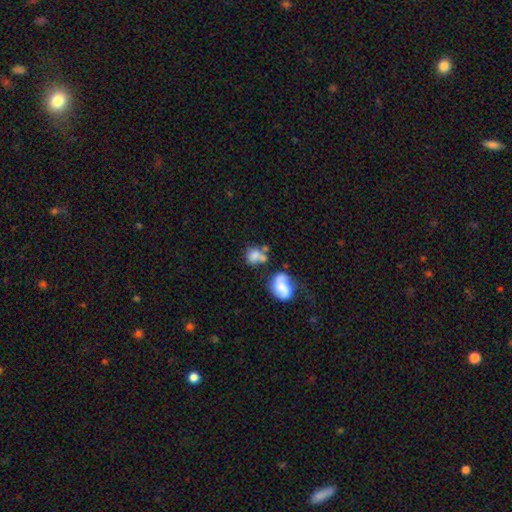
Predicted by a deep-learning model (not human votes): This is likely a smooth galaxy (68%). How rounded: possibly in between (58%). Merging: marginally merger (39%).